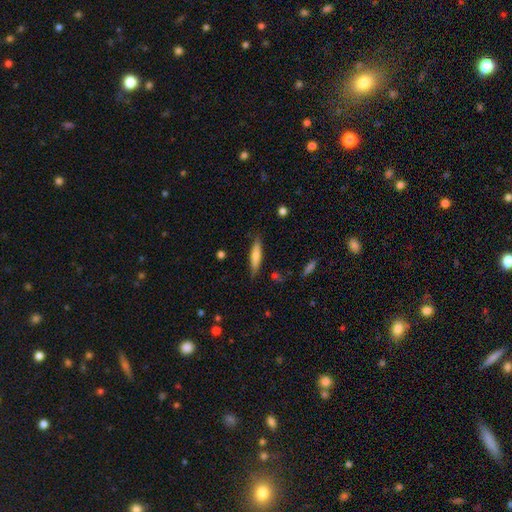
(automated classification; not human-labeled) Q: Smooth or featured?
A: smooth (65%); runner-up: featured or disk (29%)
Q: How rounded?
A: cigar-shaped (82%); runner-up: in between (17%)
Q: Merging?
A: none (81%); runner-up: minor disturbance (15%)